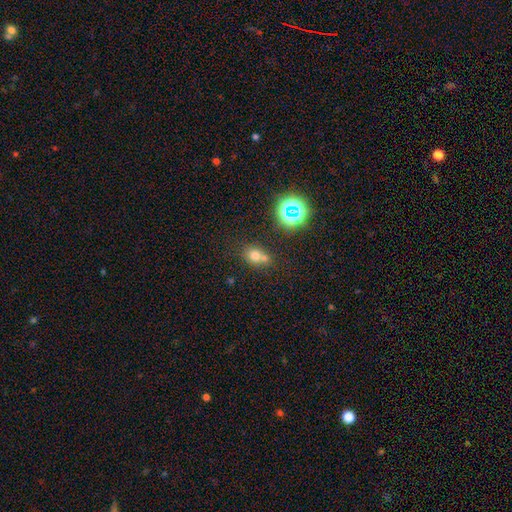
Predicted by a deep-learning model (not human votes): Smooth or featured?
  - smooth: 65% *
  - star or artifact: 23%
  - featured or disk: 12%
How rounded?
  - round: 65% *
  - in between: 33%
  - cigar-shaped: 1%
Merging?
  - none: 47% *
  - merger: 39%
  - minor disturbance: 10%
  - major disturbance: 4%